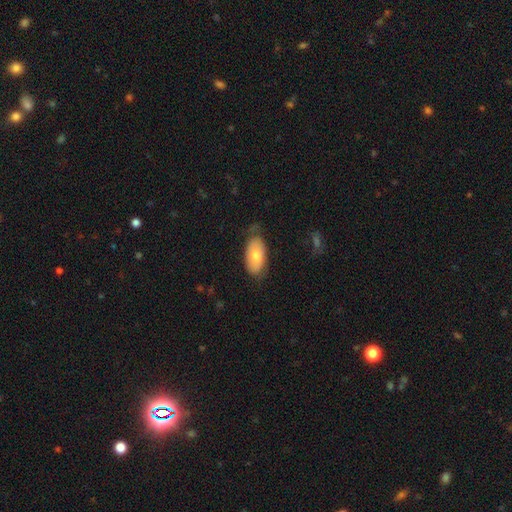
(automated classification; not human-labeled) smooth-or-featured: smooth: 73% | featured or disk: 21% | star or artifact: 6%
  how-rounded: in between: 94% | round: 3% | cigar-shaped: 3%
  merging: none: 65% | minor disturbance: 26% | major disturbance: 7% | merger: 2%